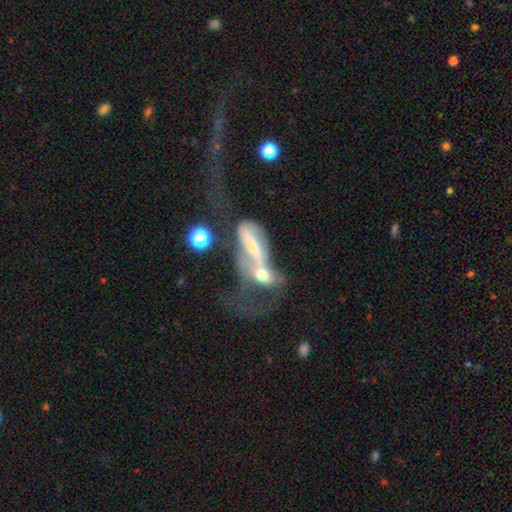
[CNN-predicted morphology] A featured or disk galaxy (62%).

Vote fractions:
- Smooth or featured? featured or disk: 62% / smooth: 27% / star or artifact: 11%
- Edge-on disk? no: 77% / yes: 23%
- Merging? merger: 57% / major disturbance: 24% / none: 11% / minor disturbance: 7%